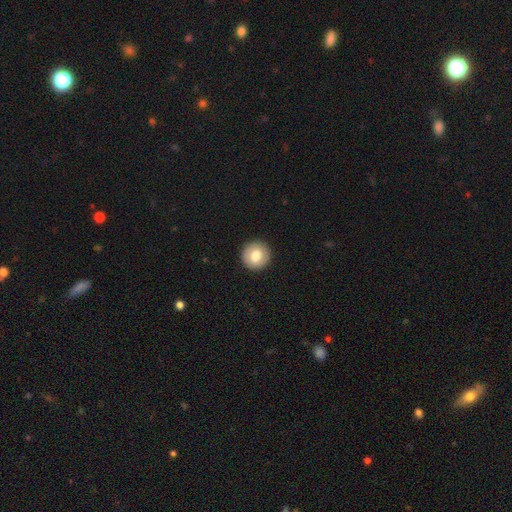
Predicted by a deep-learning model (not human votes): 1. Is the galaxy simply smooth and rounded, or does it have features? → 77% smooth, 16% featured or disk, 7% star or artifact.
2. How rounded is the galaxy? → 95% round, 4% in between, 1% cigar-shaped.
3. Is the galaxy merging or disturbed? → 93% none, 5% minor disturbance, 2% major disturbance, 1% merger.